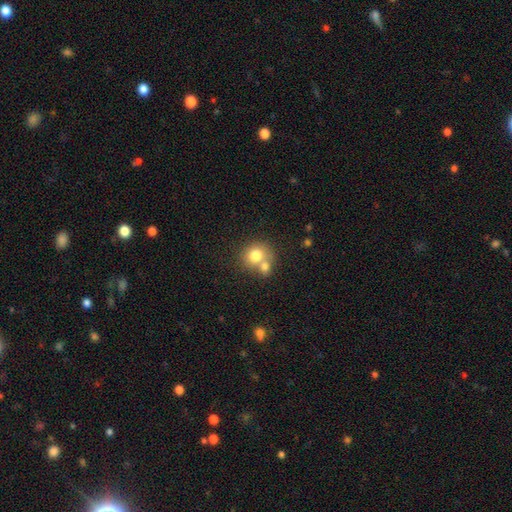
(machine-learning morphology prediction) Q: Smooth or featured?
A: smooth (76%); runner-up: featured or disk (14%)
Q: How rounded?
A: round (76%); runner-up: in between (24%)
Q: Merging?
A: merger (48%); runner-up: none (40%)